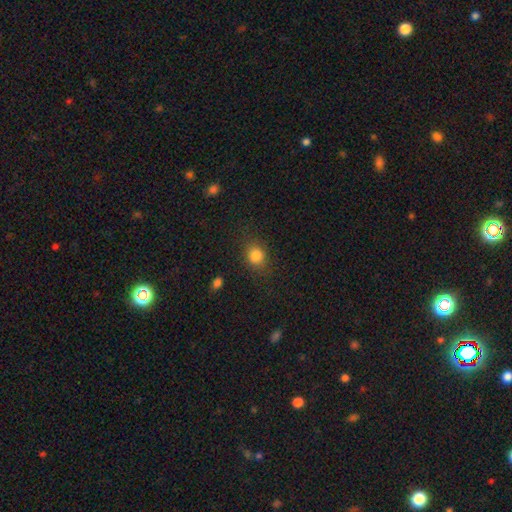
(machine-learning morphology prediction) Smooth or featured? smooth (83%)
How rounded? round (64%)
Merging? none (80%)